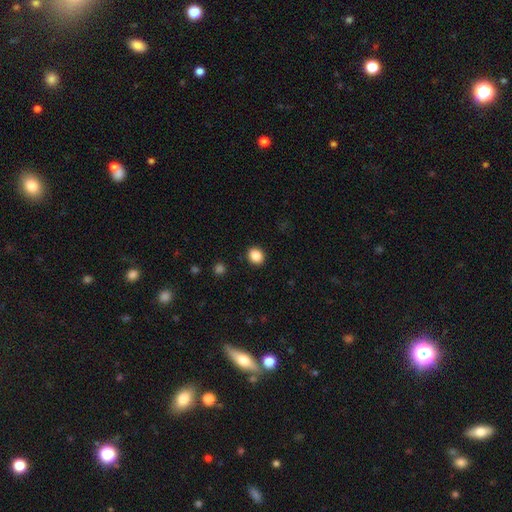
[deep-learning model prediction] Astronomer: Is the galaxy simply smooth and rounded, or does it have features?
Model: smooth — 87%.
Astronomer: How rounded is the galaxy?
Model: round — 71%.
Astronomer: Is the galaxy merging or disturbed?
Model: none — 90%.